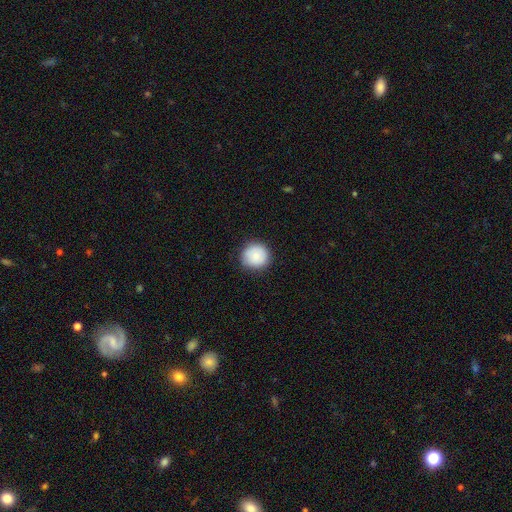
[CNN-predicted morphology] Q: Smooth or featured?
A: smooth (83%); runner-up: featured or disk (10%)
Q: How rounded?
A: round (93%); runner-up: in between (6%)
Q: Merging?
A: none (87%); runner-up: minor disturbance (10%)